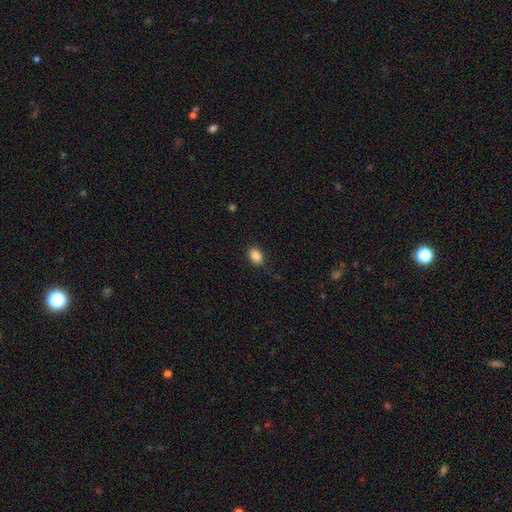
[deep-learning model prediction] Smooth or featured? smooth (88%)
How rounded? in between (84%)
Merging? none (85%)